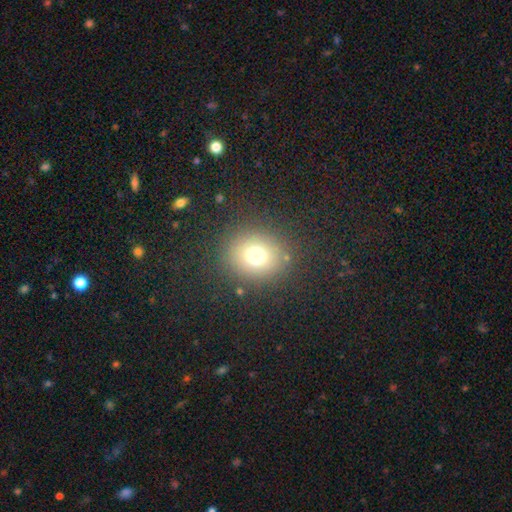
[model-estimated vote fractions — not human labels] smooth-or-featured: smooth: 70% | star or artifact: 19% | featured or disk: 11%
  how-rounded: round: 79% | in between: 20% | cigar-shaped: 1%
  merging: none: 84% | minor disturbance: 8% | major disturbance: 6% | merger: 2%